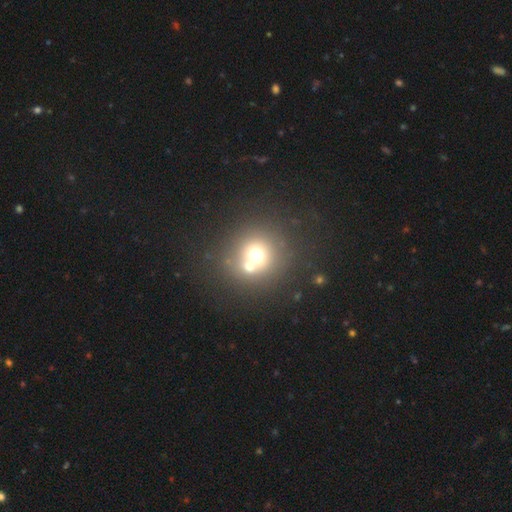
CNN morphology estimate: Smooth or featured? smooth (64%)
How rounded? round (89%)
Merging? none (47%)